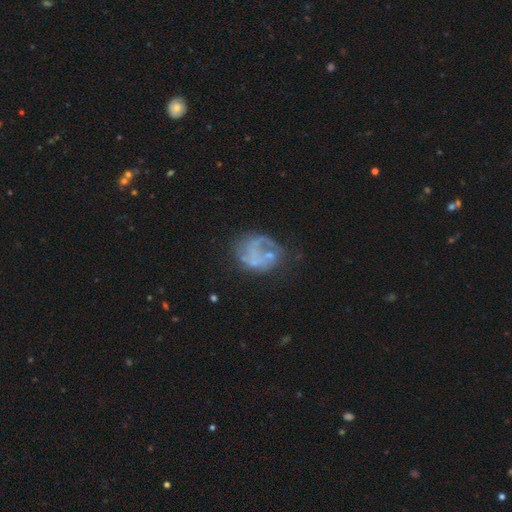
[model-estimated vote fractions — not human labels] smooth_or_featured: featured or disk (p=0.61) [alt: smooth p=0.27]
disk_edge_on: no (p=0.98) [alt: yes p=0.02]
bar: no (p=0.83) [alt: weak p=0.14]
has_spiral_arms: no (p=0.69) [alt: yes p=0.31]
bulge_size: none (p=0.67) [alt: small p=0.20]
merging: none (p=0.45) [alt: major disturbance p=0.26]